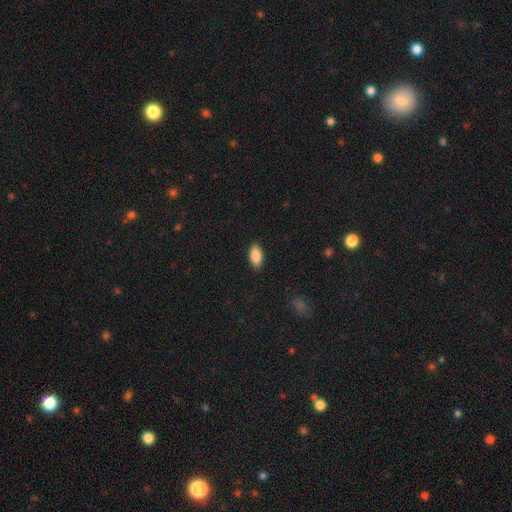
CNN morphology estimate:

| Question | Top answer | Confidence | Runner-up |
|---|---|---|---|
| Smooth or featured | smooth | 86% | star or artifact (7%) |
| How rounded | in between | 91% | cigar-shaped (6%) |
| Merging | none | 89% | minor disturbance (8%) |